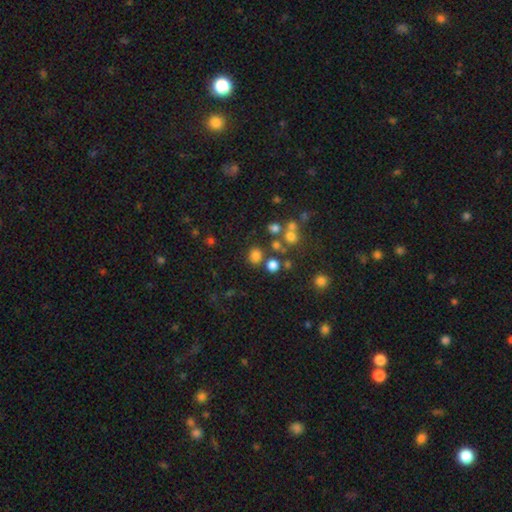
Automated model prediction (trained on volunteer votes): Q: Smooth or featured?
A: smooth (75%); runner-up: star or artifact (18%)
Q: How rounded?
A: round (73%); runner-up: in between (26%)
Q: Merging?
A: none (75%); runner-up: merger (11%)